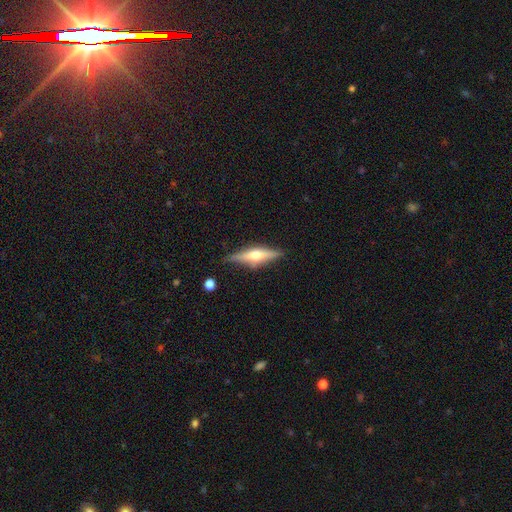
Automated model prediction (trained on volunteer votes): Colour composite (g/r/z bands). It shows a featured or disk galaxy (63%) viewed edge-on (95%) with a rounded central bulge (90%). Merging: none (81%).